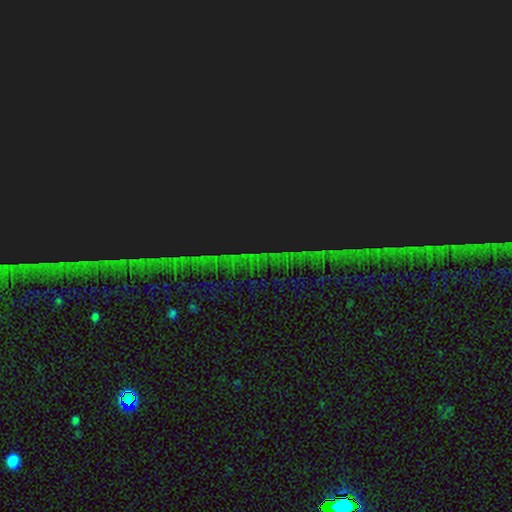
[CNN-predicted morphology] A star or artifact, not a galaxy (86%).

Vote fractions:
- Smooth or featured? star or artifact: 86% / featured or disk: 7% / smooth: 7%